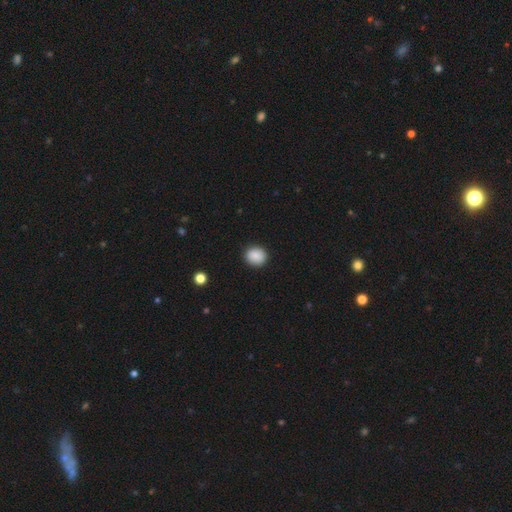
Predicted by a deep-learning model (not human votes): Q: Smooth or featured?
A: smooth (88%); runner-up: star or artifact (8%)
Q: How rounded?
A: round (79%); runner-up: in between (20%)
Q: Merging?
A: none (89%); runner-up: minor disturbance (7%)